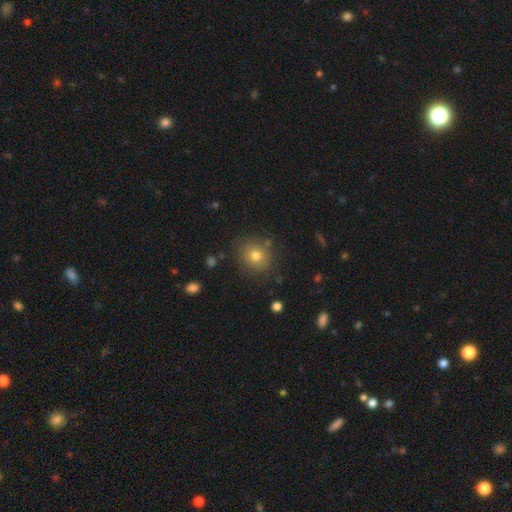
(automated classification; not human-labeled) This is likely a smooth galaxy (76%). How rounded: clearly round (83%). Merging: clearly none (82%).